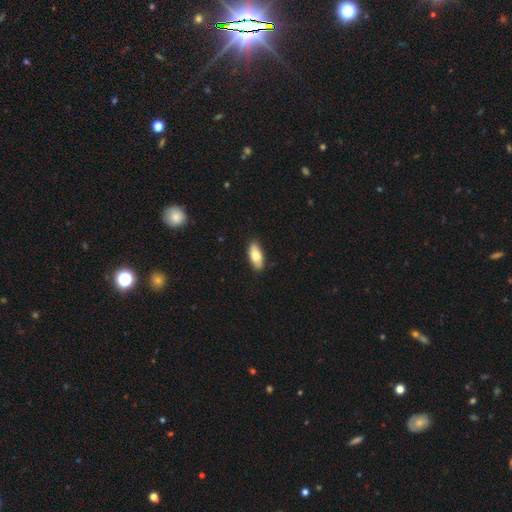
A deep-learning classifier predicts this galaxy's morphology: A smooth galaxy with no disk features (77%) that is in between round and cigar-shaped (81%). Merging: none (87%).